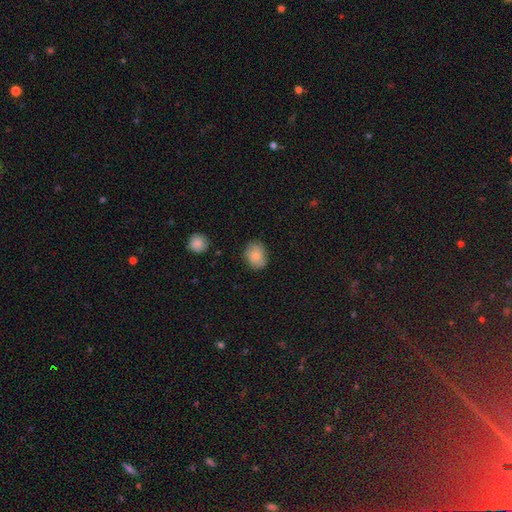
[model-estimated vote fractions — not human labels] smooth 79%, featured or disk 13%, star or artifact 8%. Down the decision tree: how rounded — round (50%); merging — none (76%).